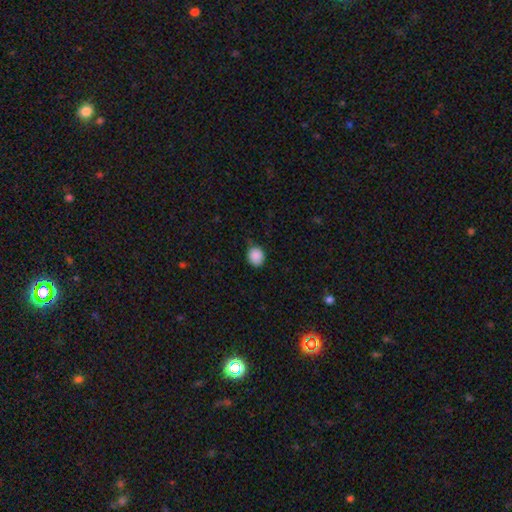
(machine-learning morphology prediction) A smooth galaxy with no disk features (89%) that is round (75%). Merging: none (76%).